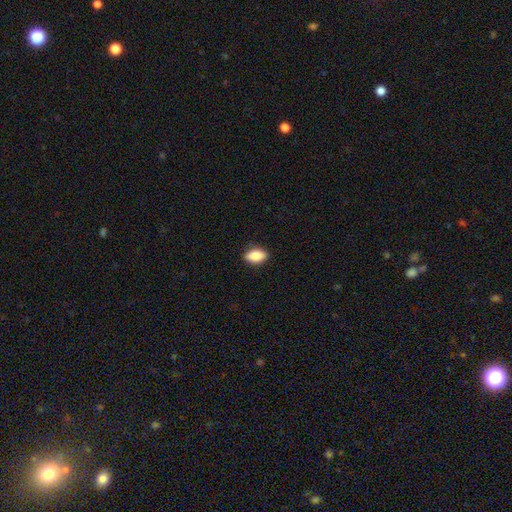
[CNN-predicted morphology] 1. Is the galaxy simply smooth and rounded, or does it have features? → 81% smooth, 12% featured or disk, 7% star or artifact.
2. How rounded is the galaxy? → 87% in between, 7% round, 6% cigar-shaped.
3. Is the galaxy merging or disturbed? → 88% none, 10% minor disturbance, 2% major disturbance, 1% merger.